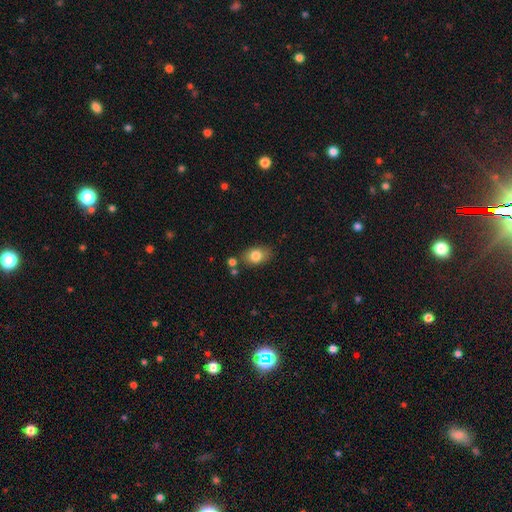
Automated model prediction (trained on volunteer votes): smooth 82%, featured or disk 10%, star or artifact 8%. Down the decision tree: how rounded — in between (77%); merging — none (73%).